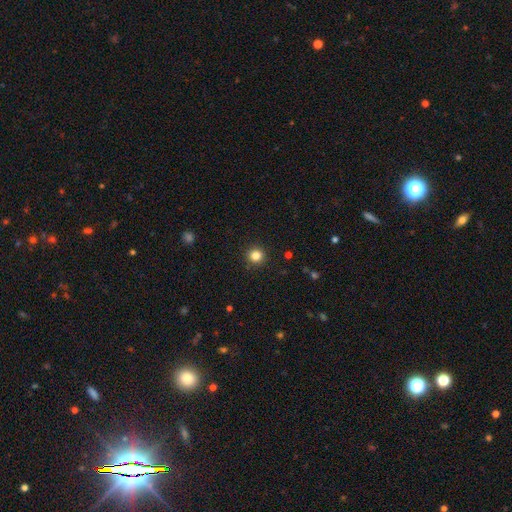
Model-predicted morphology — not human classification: smooth-or-featured: smooth: 83% | star or artifact: 12% | featured or disk: 5%
  how-rounded: round: 94% | in between: 5% | cigar-shaped: 1%
  merging: none: 92% | minor disturbance: 5% | major disturbance: 2% | merger: 1%